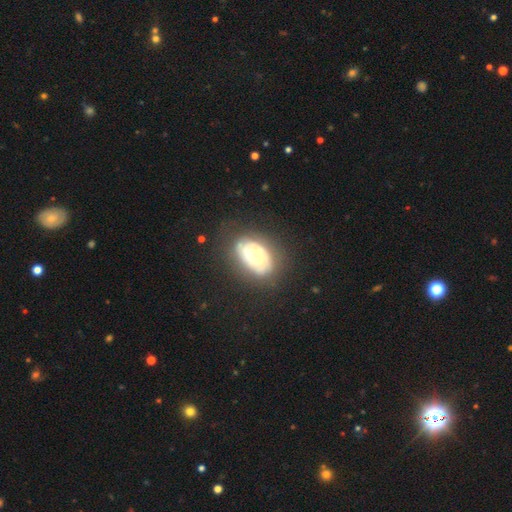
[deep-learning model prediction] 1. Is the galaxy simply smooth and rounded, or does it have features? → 64% featured or disk, 28% smooth, 8% star or artifact.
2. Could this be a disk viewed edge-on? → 95% no, 5% yes.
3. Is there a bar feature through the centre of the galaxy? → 76% no, 18% weak, 5% strong.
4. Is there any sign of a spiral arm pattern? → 77% yes, 23% no.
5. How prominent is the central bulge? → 59% moderate, 25% small, 13% large, 2% dominant, 1% none.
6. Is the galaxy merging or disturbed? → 68% none, 21% minor disturbance, 10% major disturbance, 2% merger.